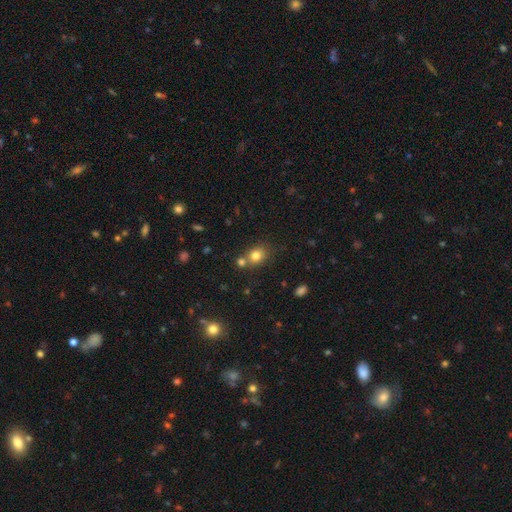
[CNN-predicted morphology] smooth 79%, star or artifact 13%, featured or disk 8%. Down the decision tree: how rounded — round (64%); merging — none (60%).